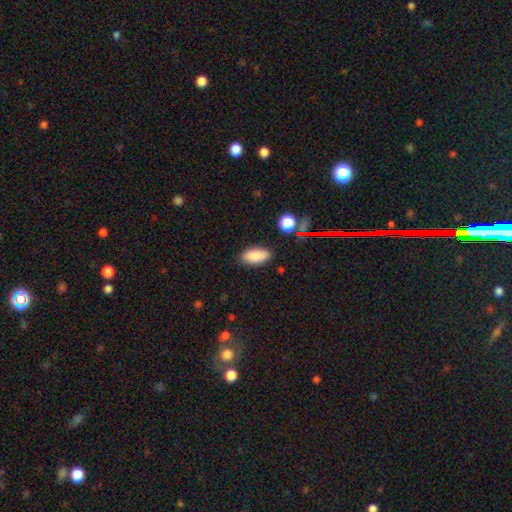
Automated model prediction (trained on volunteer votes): A smooth galaxy with no disk features (86%) that is in between round and cigar-shaped (88%).

Vote fractions:
- Smooth or featured? smooth: 86% / star or artifact: 9% / featured or disk: 5%
- How rounded? in between: 88% / cigar-shaped: 9% / round: 3%
- Merging? none: 85% / minor disturbance: 10% / major disturbance: 3% / merger: 2%